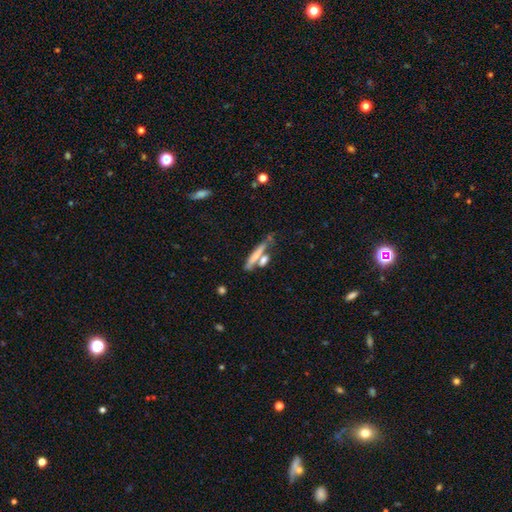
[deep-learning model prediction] This appears to be a smooth galaxy with no disk features (63%) that is cigar-shaped (83%). Merging: none (53%).